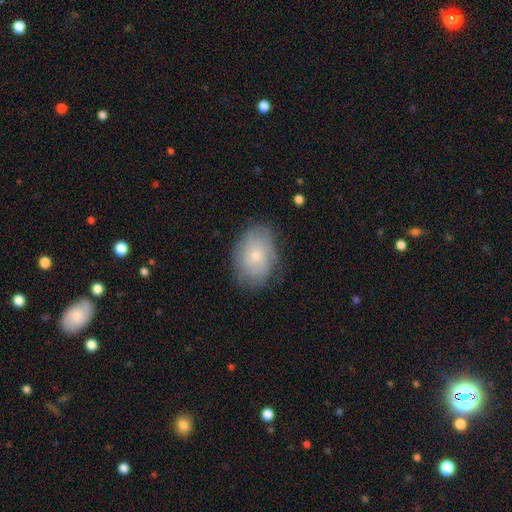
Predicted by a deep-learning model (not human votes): smooth 50%, featured or disk 42%, star or artifact 8%. Down the decision tree: merging — none (73%).